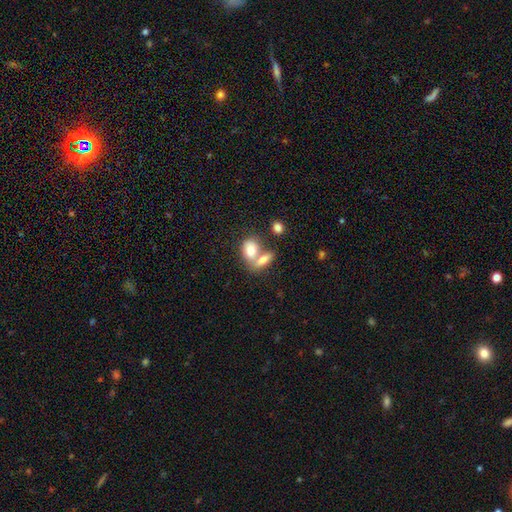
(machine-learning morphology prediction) A smooth galaxy with no disk features (71%) that is in between round and cigar-shaped (75%). Merging: merger (61%).